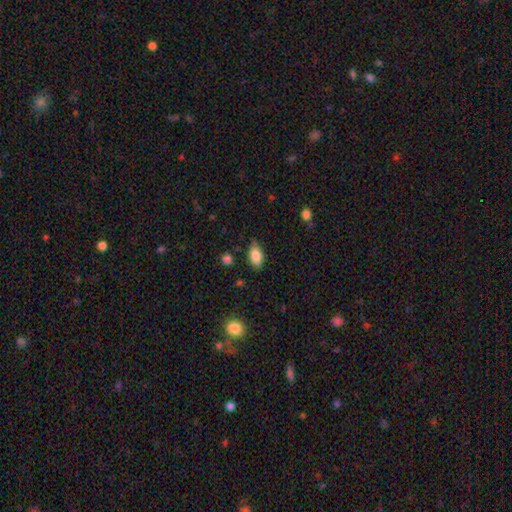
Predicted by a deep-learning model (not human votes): smooth_or_featured: smooth (p=0.84) [alt: featured or disk p=0.08]
how_rounded: in between (p=0.89) [alt: round p=0.07]
merging: none (p=0.71) [alt: minor disturbance p=0.23]